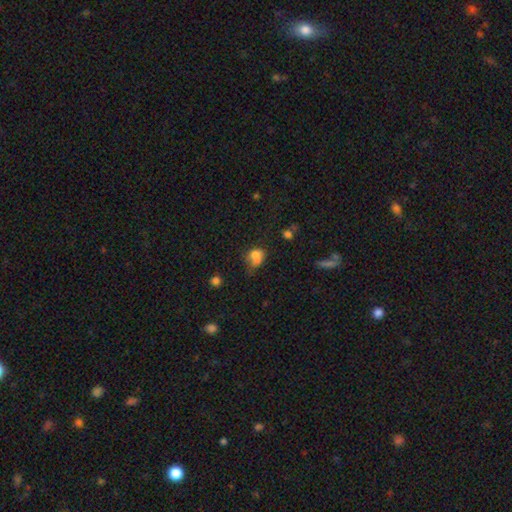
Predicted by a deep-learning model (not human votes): This appears to be a smooth galaxy with no disk features (77%) that is in between round and cigar-shaped (53%). Merging: minor disturbance (36%).